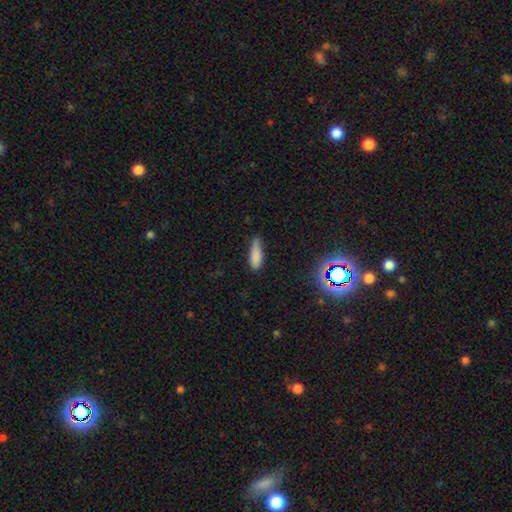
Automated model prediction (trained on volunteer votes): Smooth or featured: smooth — 81% (star or artifact — 10%)
How rounded: cigar-shaped — 56% (in between — 42%)
Merging: none — 60% (minor disturbance — 31%)